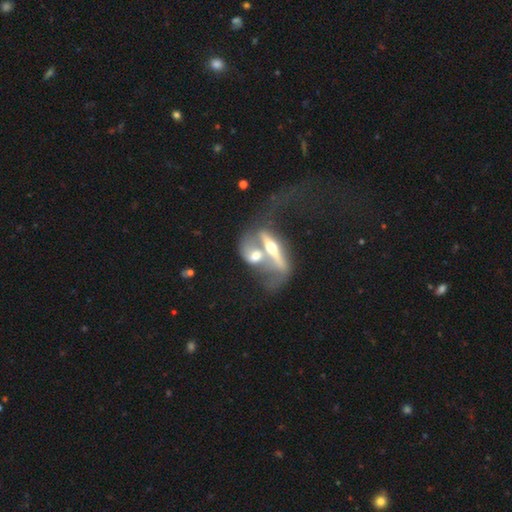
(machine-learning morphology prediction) Q: Smooth or featured?
A: featured or disk (68%); runner-up: smooth (25%)
Q: Edge-on disk?
A: yes (57%); runner-up: no (43%)
Q: Merging?
A: merger (70%); runner-up: none (13%)